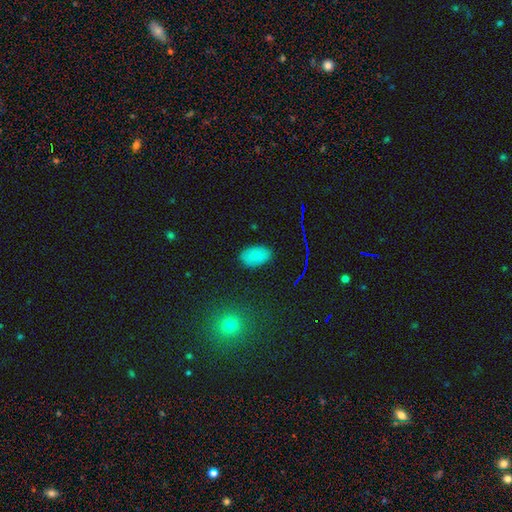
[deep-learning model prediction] Morphology: type=smooth (79%); roundness=in between (93%); merging=none (85%).